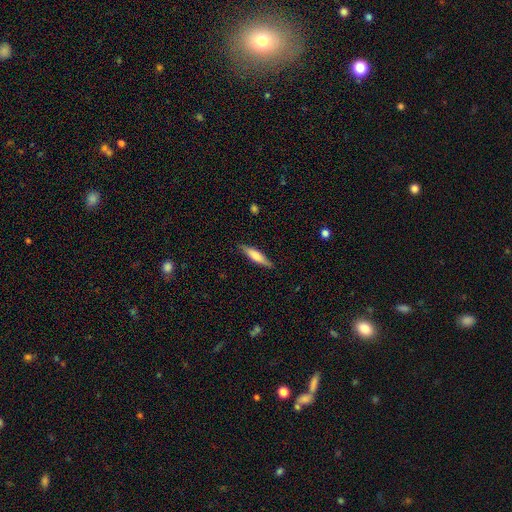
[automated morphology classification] Q: Smooth or featured?
A: smooth (67%); runner-up: featured or disk (27%)
Q: How rounded?
A: cigar-shaped (77%); runner-up: in between (21%)
Q: Merging?
A: none (85%); runner-up: minor disturbance (11%)